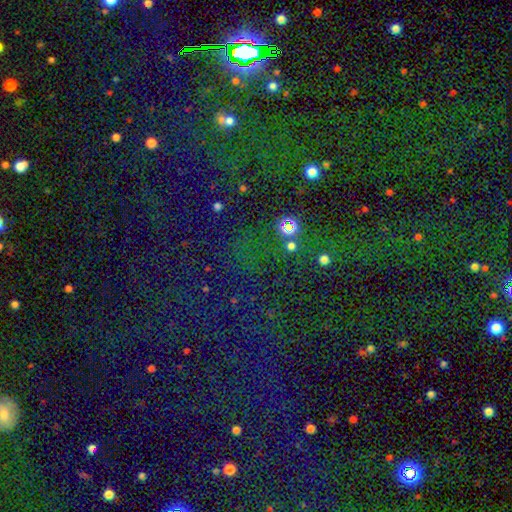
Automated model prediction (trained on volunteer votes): smooth_or_featured: star or artifact (p=0.78) [alt: smooth p=0.15]